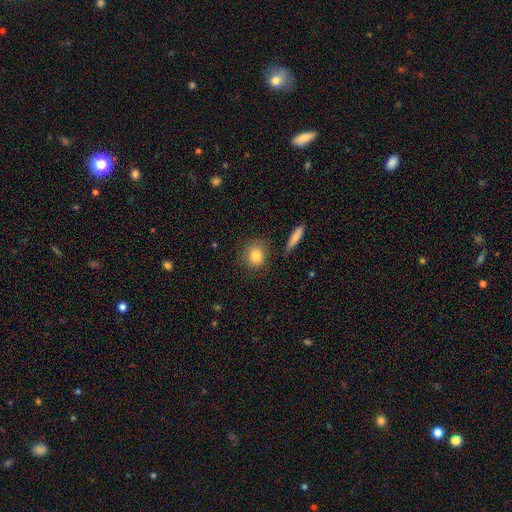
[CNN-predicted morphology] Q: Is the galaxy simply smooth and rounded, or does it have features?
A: smooth — 83%.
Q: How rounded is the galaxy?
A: round — 75%.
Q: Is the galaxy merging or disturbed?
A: none — 80%.